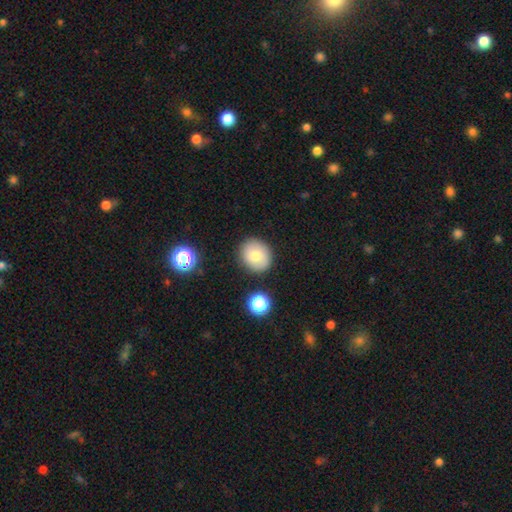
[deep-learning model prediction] Smooth or featured: smooth — 74% (featured or disk — 16%)
How rounded: round — 75% (in between — 24%)
Merging: none — 85% (minor disturbance — 9%)